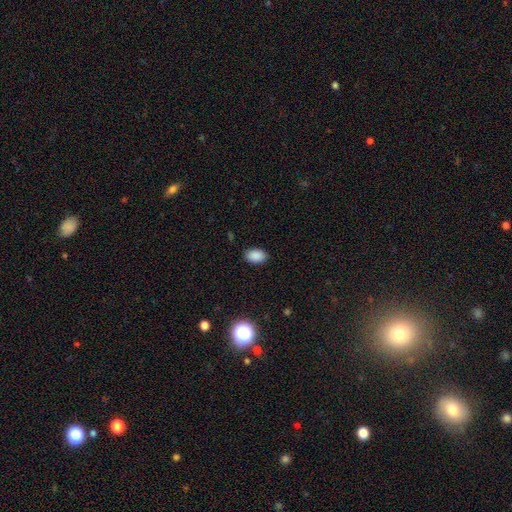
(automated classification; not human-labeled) This is clearly a smooth galaxy (87%). How rounded: clearly in between (87%). Merging: clearly none (88%).